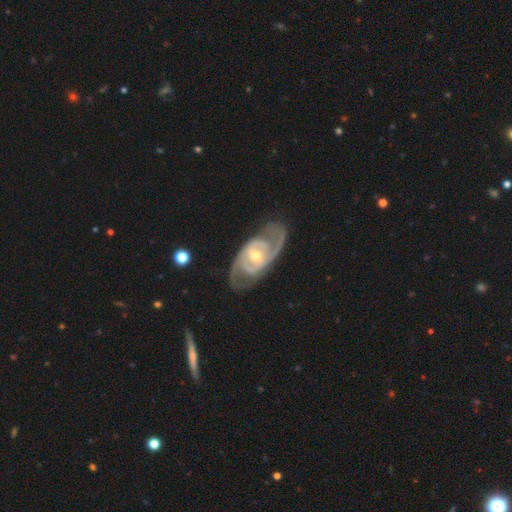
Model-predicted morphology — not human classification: This appears to be a featured or disk galaxy (91%) with no bar (50%), 2 (83%) medium (48%) spiral arms (97%) and a moderate central bulge (52%). Merging: none (77%).